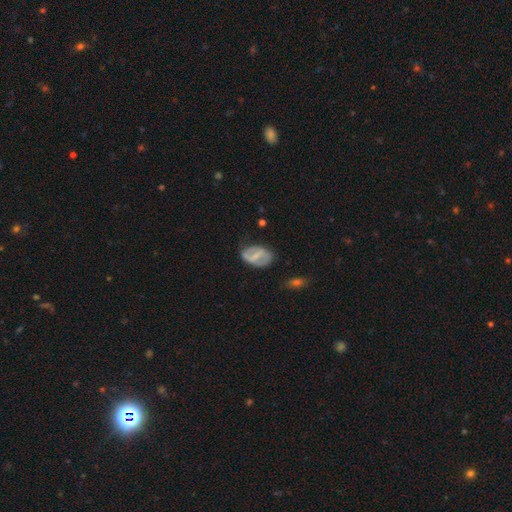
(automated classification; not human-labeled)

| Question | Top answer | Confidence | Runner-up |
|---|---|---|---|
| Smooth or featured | featured or disk | 56% | smooth (38%) |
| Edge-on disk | no | 94% | yes (6%) |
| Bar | strong | 50% | weak (36%) |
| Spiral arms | no | 50% | tied: yes (50%) |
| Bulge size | small | 52% | moderate (25%) |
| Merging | none | 69% | minor disturbance (21%) |